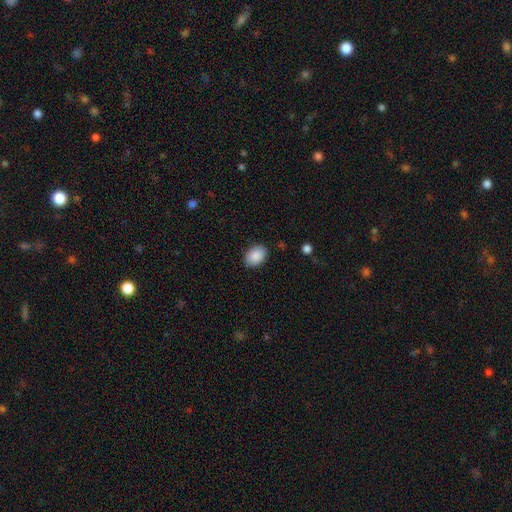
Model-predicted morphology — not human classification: This is clearly a smooth galaxy (90%). How rounded: likely in between (78%). Merging: clearly none (87%).